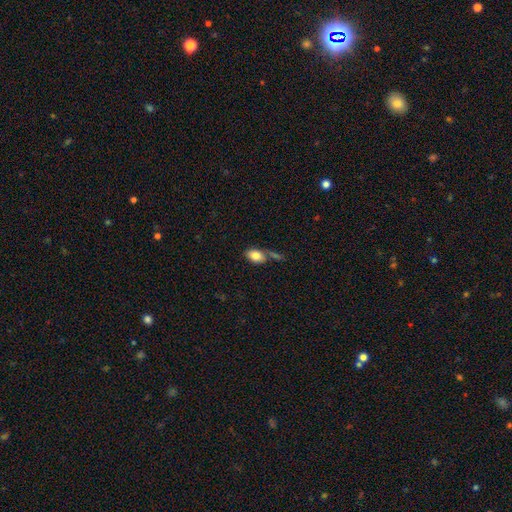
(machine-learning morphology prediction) Overall: smooth (81%). How rounded: in between (89%). Merging: none (51%; merger 22%).